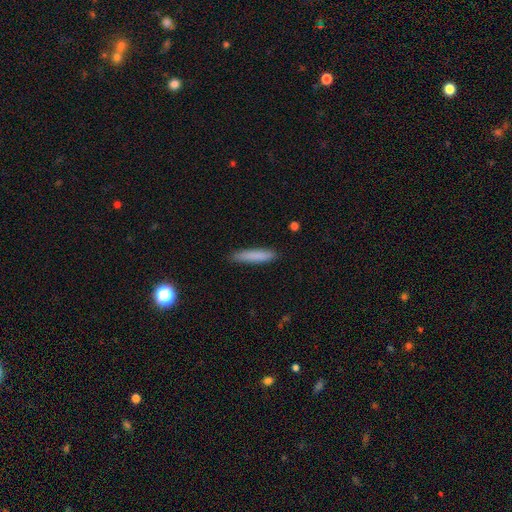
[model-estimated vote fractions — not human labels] Smooth or featured: smooth — 83% (featured or disk — 10%)
How rounded: cigar-shaped — 89% (in between — 10%)
Merging: none — 85% (minor disturbance — 12%)